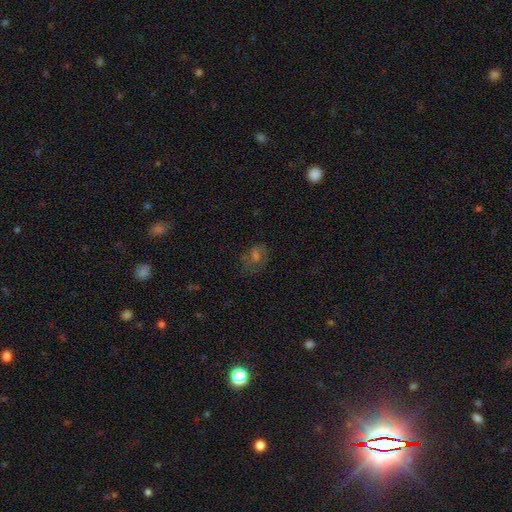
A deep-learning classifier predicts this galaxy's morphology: Smooth or featured? featured or disk (42%)
Merging? none (66%)